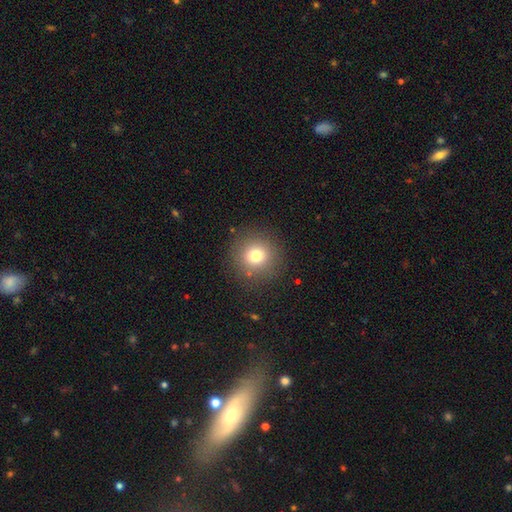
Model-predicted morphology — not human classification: A smooth galaxy with no disk features (76%) that is round (94%).

Vote fractions:
- Smooth or featured? smooth: 76% / star or artifact: 14% / featured or disk: 10%
- How rounded? round: 94% / in between: 5% / cigar-shaped: 1%
- Merging? none: 87% / minor disturbance: 7% / major disturbance: 4% / merger: 2%